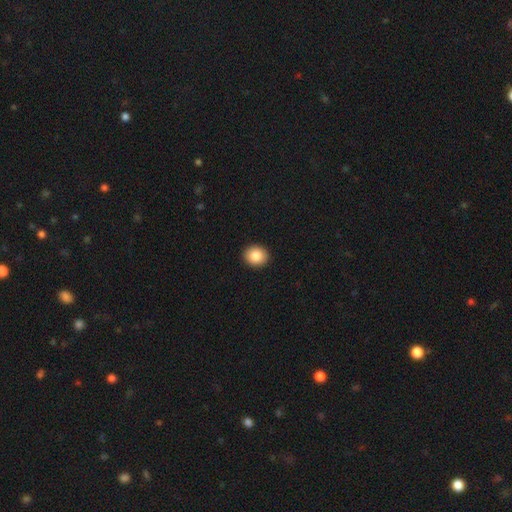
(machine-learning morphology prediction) Overall: smooth (85%). How rounded: round (77%). Merging: none (93%).